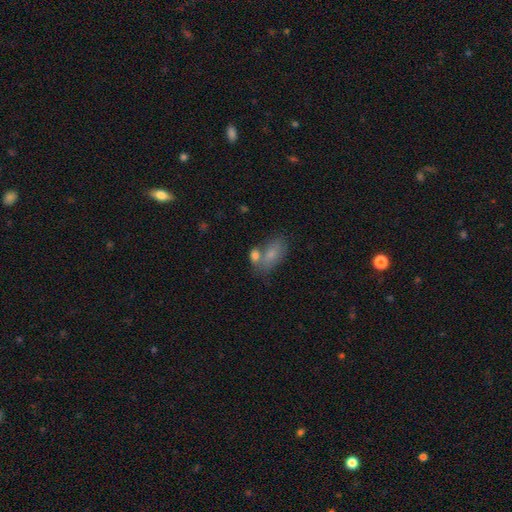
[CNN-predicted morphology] smooth 79%, featured or disk 12%, star or artifact 9%. Down the decision tree: how rounded — in between (86%); merging — merger (42%).